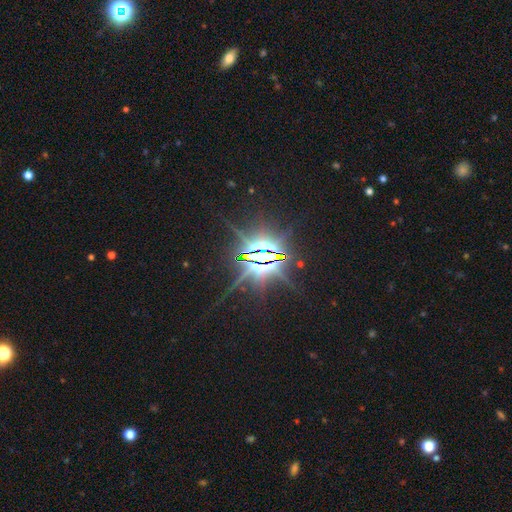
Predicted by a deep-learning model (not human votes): Smooth or featured? star or artifact (85%)